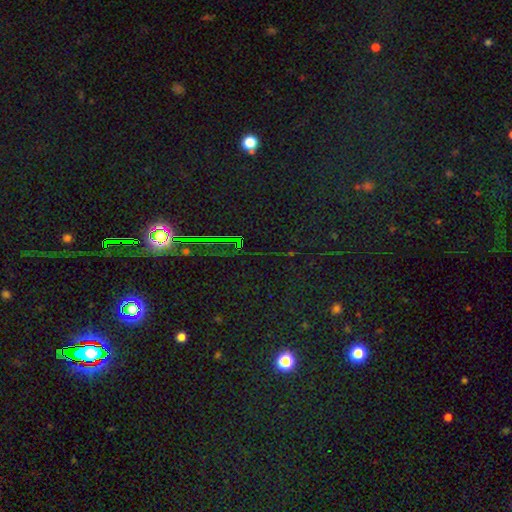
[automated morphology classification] A star or artifact, not a galaxy (78%).